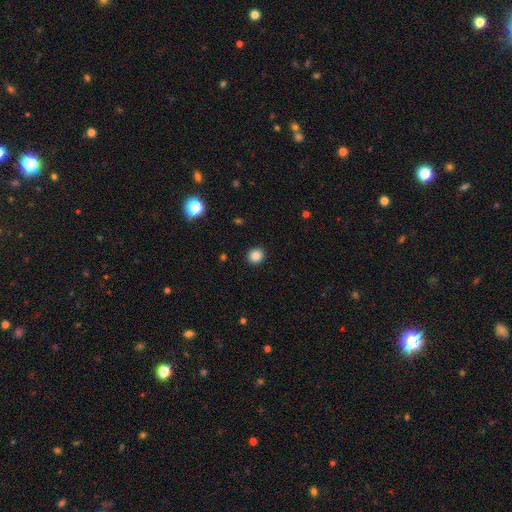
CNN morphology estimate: This appears to be a smooth galaxy with no disk features (86%) that is round (87%). Merging: none (92%).